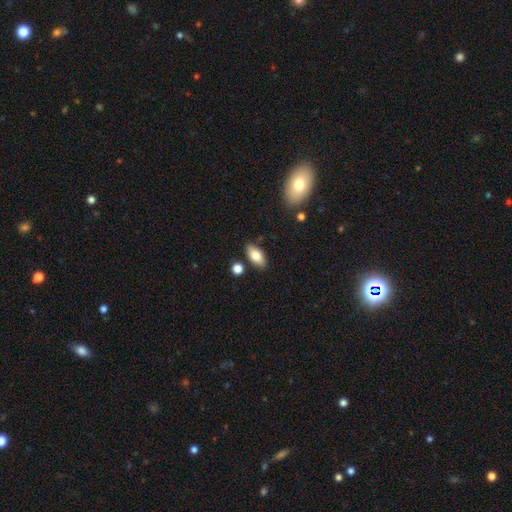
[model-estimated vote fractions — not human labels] Q: Smooth or featured?
A: smooth (80%); runner-up: featured or disk (13%)
Q: How rounded?
A: in between (91%); runner-up: cigar-shaped (6%)
Q: Merging?
A: none (84%); runner-up: minor disturbance (10%)